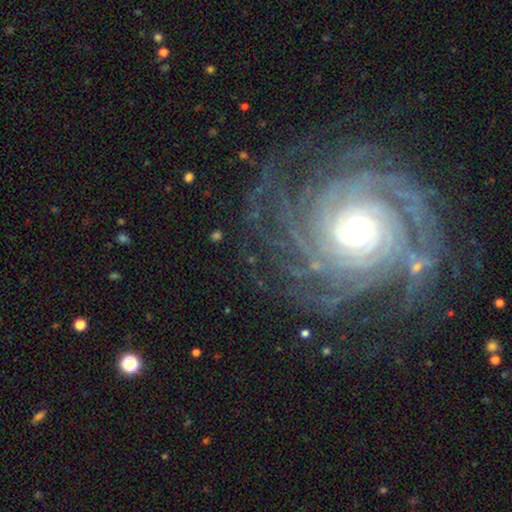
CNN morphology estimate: This is clearly a featured or disk galaxy (89%). It is clearly not viewed edge-on (97%). Bar: likely no (73%). Spiral arm pattern: clearly yes (98%). Spiral arm count: marginally more than 4 (29%). Spiral winding: likely tight (80%). Central bulge: possibly moderate (49%). Merging: likely none (78%).